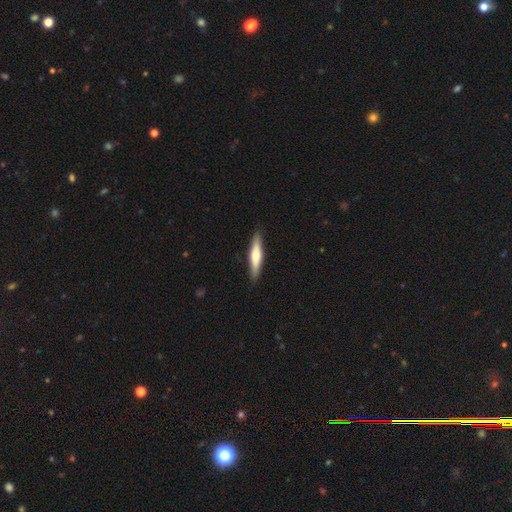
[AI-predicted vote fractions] smooth_or_featured: smooth (p=0.52) [alt: featured or disk p=0.43]
how_rounded: cigar-shaped (p=0.83) [alt: in between p=0.15]
merging: none (p=0.90) [alt: minor disturbance p=0.08]